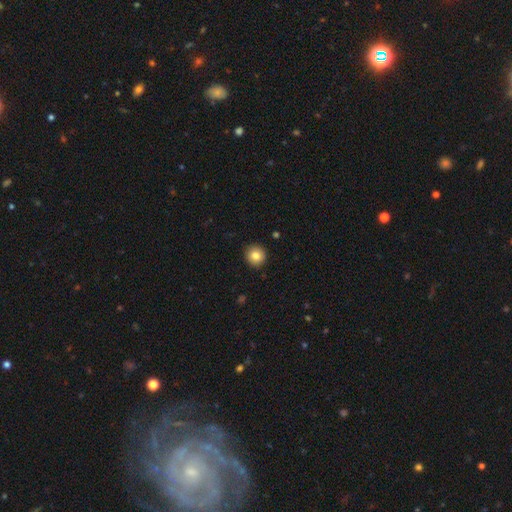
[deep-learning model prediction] smooth 84%, star or artifact 9%, featured or disk 7%. Down the decision tree: how rounded — round (95%); merging — none (92%).